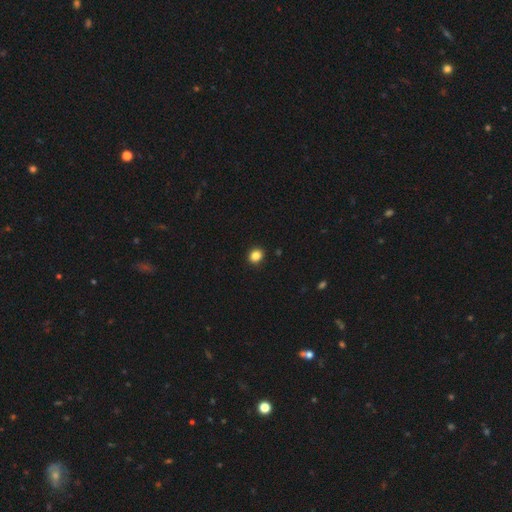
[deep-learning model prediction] This appears to be a smooth galaxy with no disk features (86%) that is round (72%). Merging: none (92%).